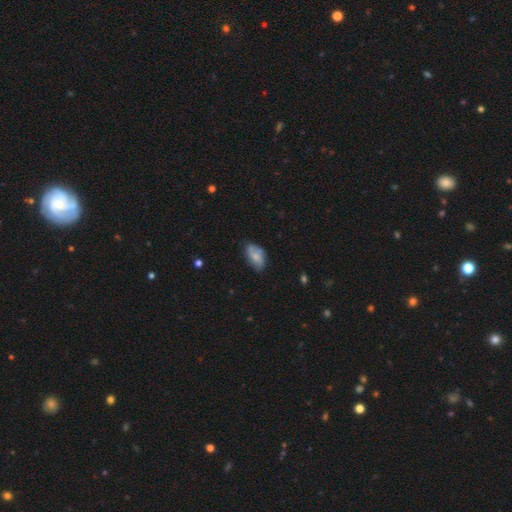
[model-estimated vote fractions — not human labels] This appears to be a smooth galaxy with no disk features (66%) that is in between round and cigar-shaped (92%). Merging: none (62%).